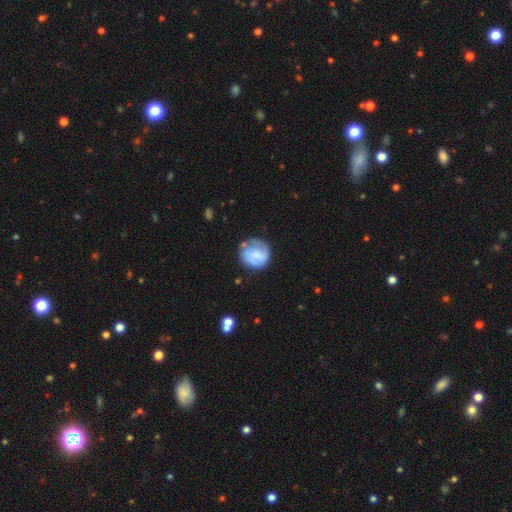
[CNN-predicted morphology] Smooth or featured? Predicted: smooth (p=0.53). How rounded? Predicted: round (p=0.85). Merging? Predicted: none (p=0.60).